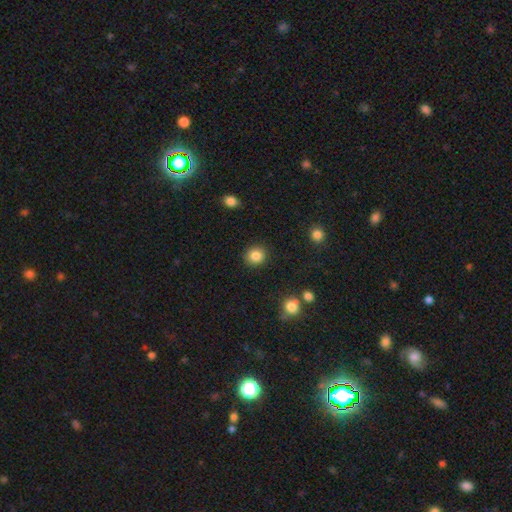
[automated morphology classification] The model was most divided on "how rounded": round: 86%, in between: 13%, cigar-shaped: 1%. More confident: merging — none (90%); smooth or featured — smooth (85%).